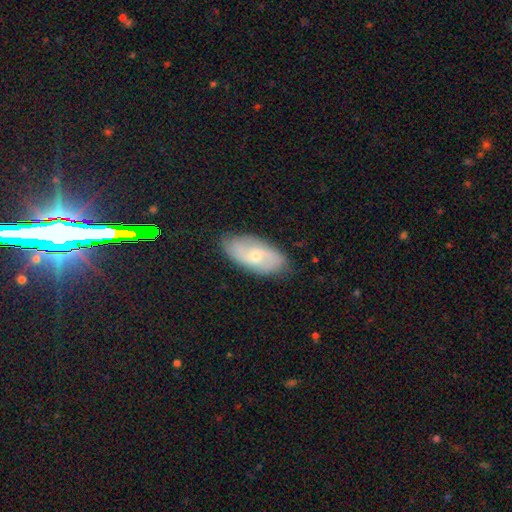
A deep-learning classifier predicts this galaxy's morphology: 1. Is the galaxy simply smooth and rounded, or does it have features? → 56% featured or disk, 35% smooth, 9% star or artifact.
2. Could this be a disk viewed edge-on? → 89% no, 11% yes.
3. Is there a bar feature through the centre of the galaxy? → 62% no, 31% weak, 7% strong.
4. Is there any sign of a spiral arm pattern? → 76% yes, 24% no.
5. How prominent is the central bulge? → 67% small, 30% moderate, 1% none, 1% large, 1% dominant.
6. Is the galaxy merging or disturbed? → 82% none, 14% minor disturbance, 3% major disturbance, 1% merger.